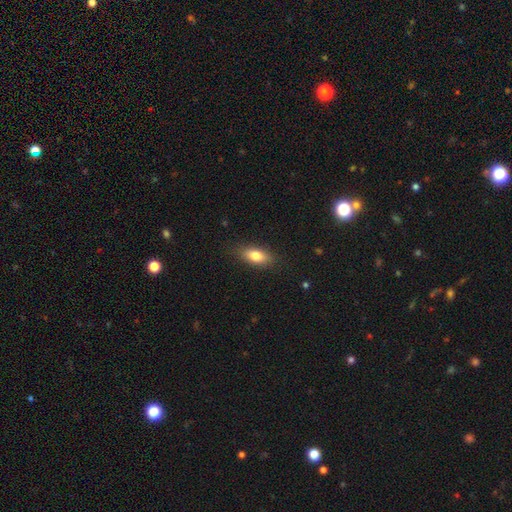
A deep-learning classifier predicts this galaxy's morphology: Overall: smooth (78%). How rounded: in between (80%). Merging: none (85%).